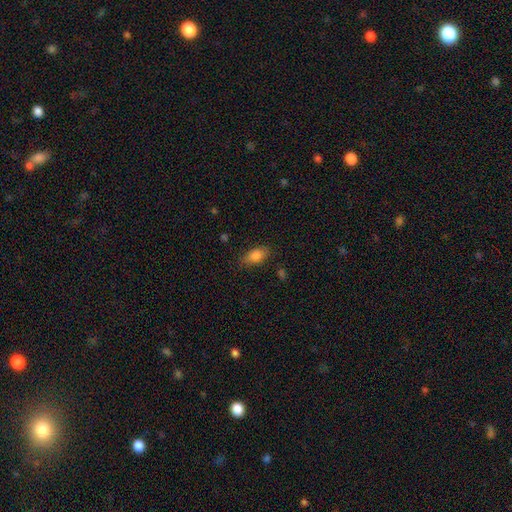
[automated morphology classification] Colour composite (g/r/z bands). It shows a smooth galaxy with no disk features (82%) that is in between round and cigar-shaped (88%). Merging: none (81%).